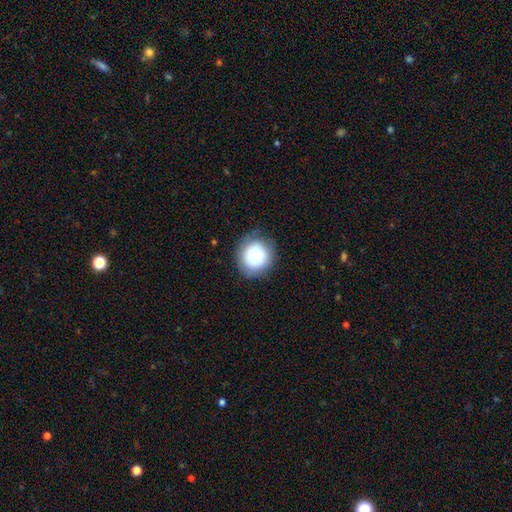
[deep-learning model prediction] smooth_or_featured: smooth (p=0.69) [alt: featured or disk p=0.23]
how_rounded: round (p=0.87) [alt: in between p=0.12]
merging: none (p=0.77) [alt: minor disturbance p=0.16]